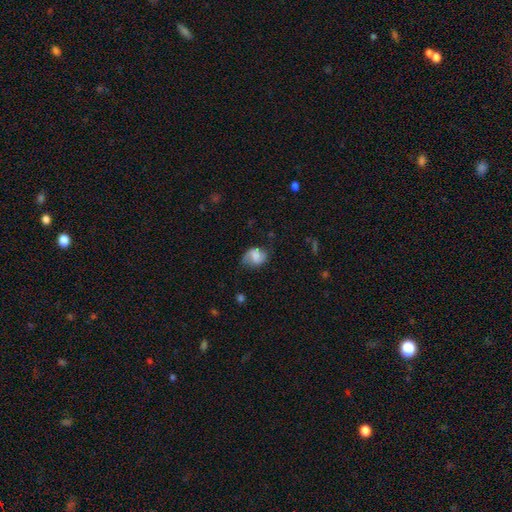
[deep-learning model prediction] smooth_or_featured: smooth (p=0.46) [alt: featured or disk p=0.45]
merging: none (p=0.61) [alt: minor disturbance p=0.26]